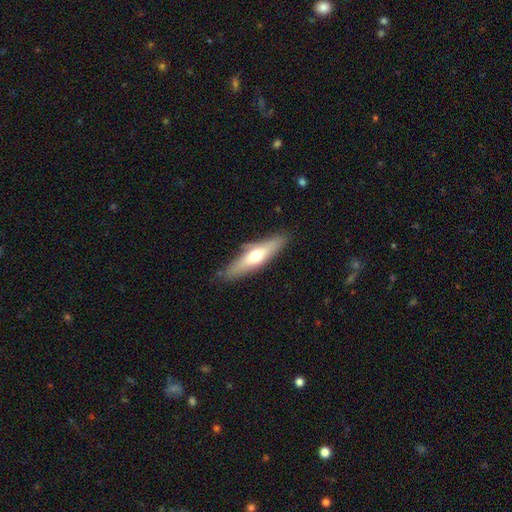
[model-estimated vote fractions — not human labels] Smooth or featured? smooth (49%)
Merging? none (79%)